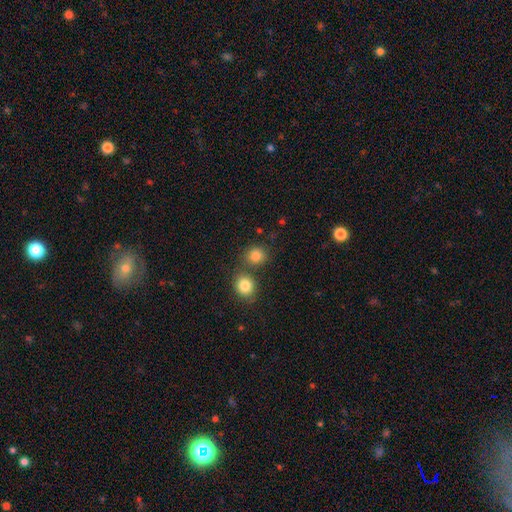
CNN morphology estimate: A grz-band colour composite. It shows a smooth galaxy with no disk features (83%) that is round (80%). Merging: none (63%).